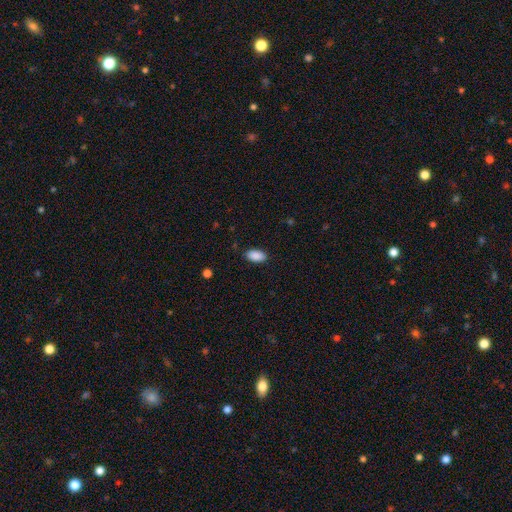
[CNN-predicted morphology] Overall: smooth (90%). How rounded: in between (94%). Merging: none (87%).